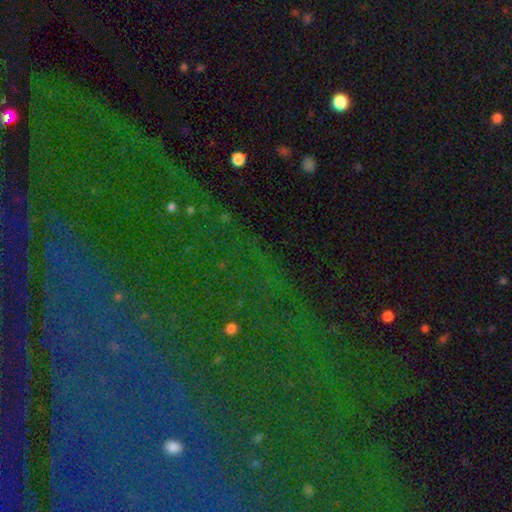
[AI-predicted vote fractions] Smooth or featured? star or artifact (80%)